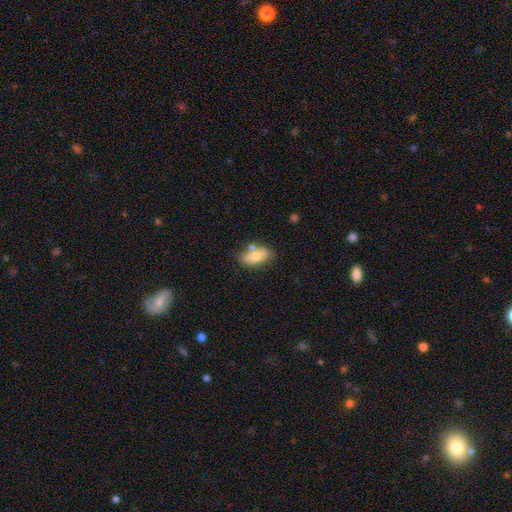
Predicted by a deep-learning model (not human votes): Q: Smooth or featured?
A: smooth (69%); runner-up: featured or disk (24%)
Q: How rounded?
A: in between (89%); runner-up: cigar-shaped (6%)
Q: Merging?
A: none (61%); runner-up: minor disturbance (18%)